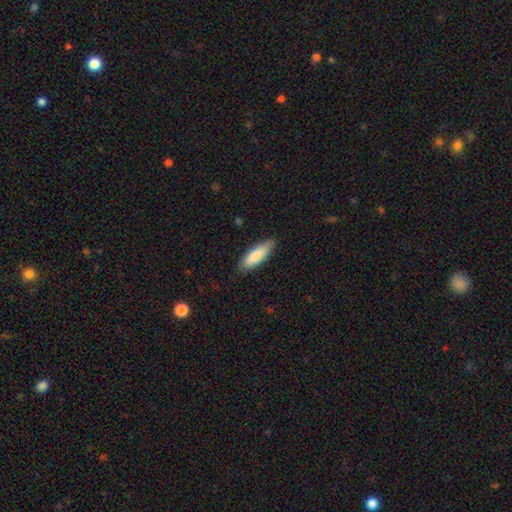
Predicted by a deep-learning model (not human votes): Smooth or featured? smooth (85%)
How rounded? in between (54%)
Merging? none (84%)